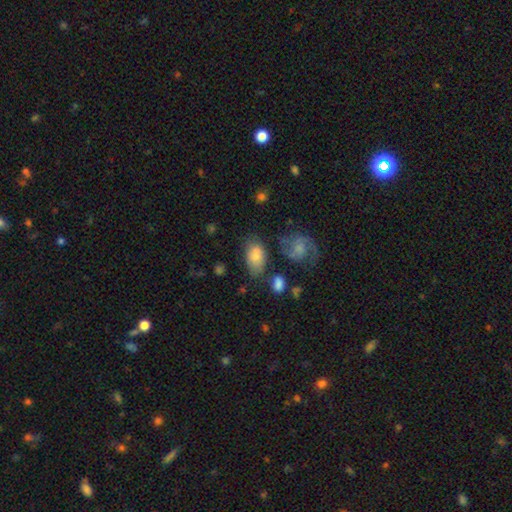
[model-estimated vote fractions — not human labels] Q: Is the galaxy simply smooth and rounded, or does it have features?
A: smooth — 71%.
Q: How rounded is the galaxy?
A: in between — 86%.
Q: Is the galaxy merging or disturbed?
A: none — 53%.